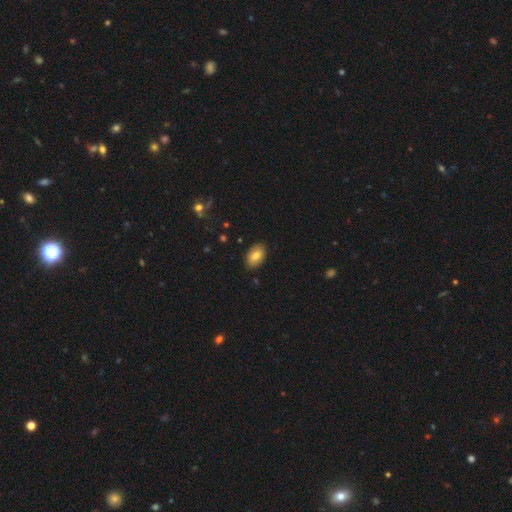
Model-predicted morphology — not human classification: type=smooth (78%); roundness=in between (91%); merging=none (87%).